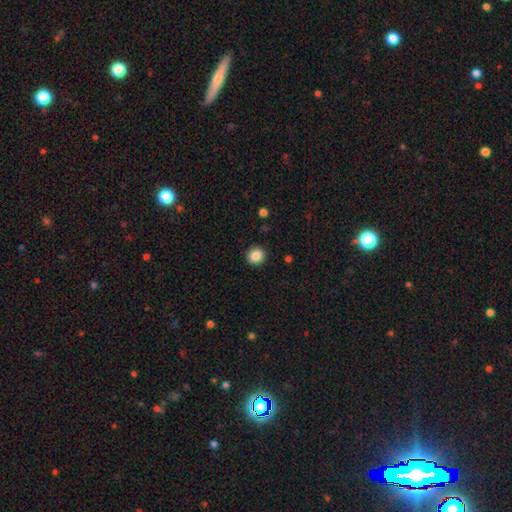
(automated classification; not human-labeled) This is clearly a smooth galaxy (87%). How rounded: clearly round (84%). Merging: clearly none (91%).